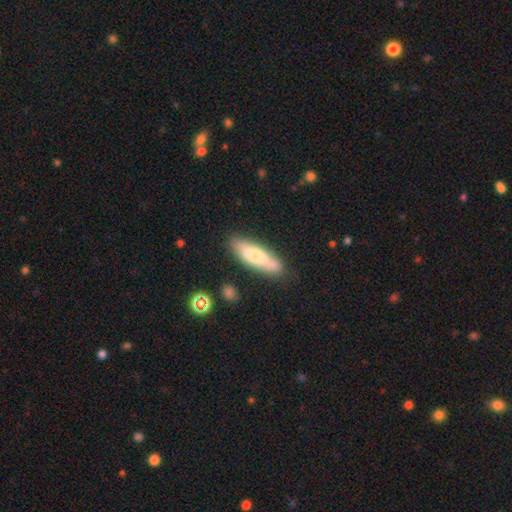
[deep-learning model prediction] Smooth or featured? smooth (62%)
How rounded? cigar-shaped (57%)
Merging? none (76%)